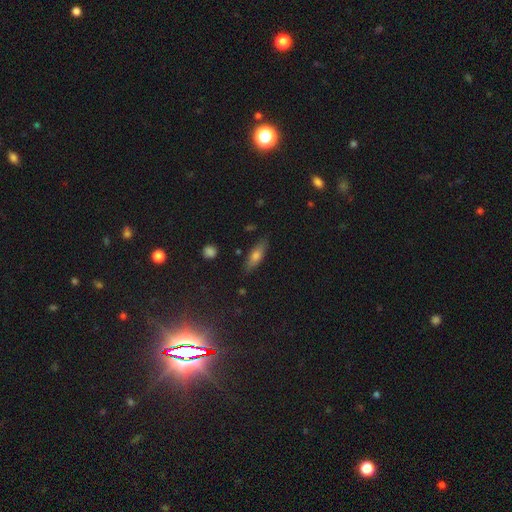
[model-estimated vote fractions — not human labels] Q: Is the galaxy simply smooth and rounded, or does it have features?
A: smooth — 64%.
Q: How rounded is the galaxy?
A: in between — 50%.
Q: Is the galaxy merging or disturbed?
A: none — 84%.